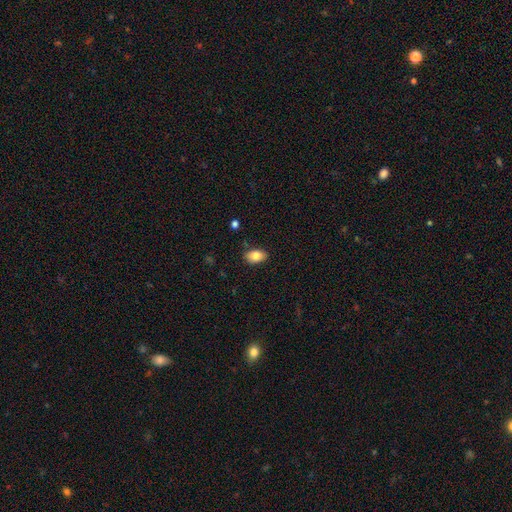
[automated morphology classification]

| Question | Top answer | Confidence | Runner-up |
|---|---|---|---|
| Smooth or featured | smooth | 82% | featured or disk (10%) |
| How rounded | in between | 89% | round (10%) |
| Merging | none | 83% | minor disturbance (13%) |